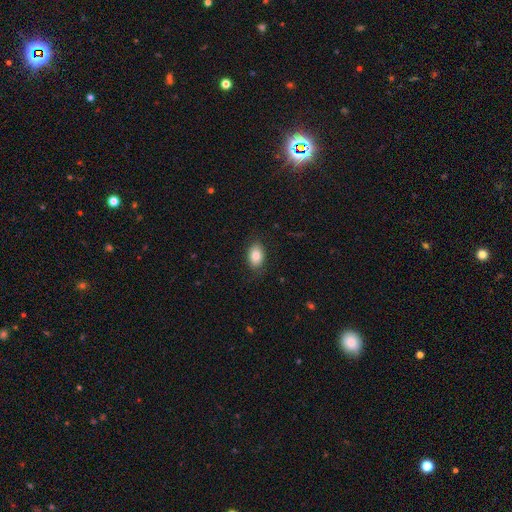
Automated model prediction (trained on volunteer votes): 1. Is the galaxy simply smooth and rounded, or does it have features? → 85% smooth, 8% star or artifact, 8% featured or disk.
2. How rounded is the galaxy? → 88% in between, 11% round, 1% cigar-shaped.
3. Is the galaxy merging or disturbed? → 84% none, 12% minor disturbance, 3% major disturbance, 1% merger.